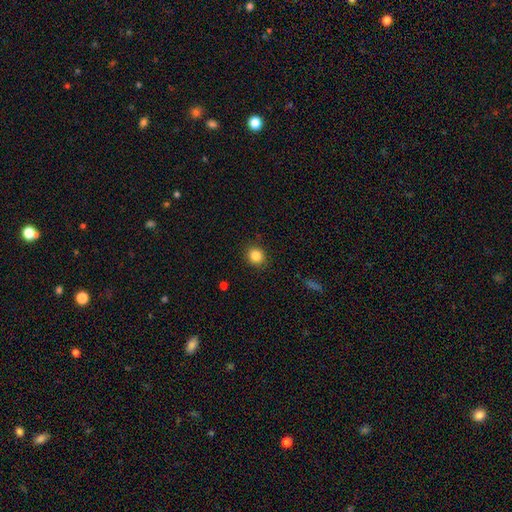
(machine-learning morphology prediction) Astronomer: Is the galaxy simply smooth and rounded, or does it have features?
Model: smooth — 85%.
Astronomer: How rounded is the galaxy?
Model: round — 82%.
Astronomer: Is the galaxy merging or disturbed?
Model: none — 90%.